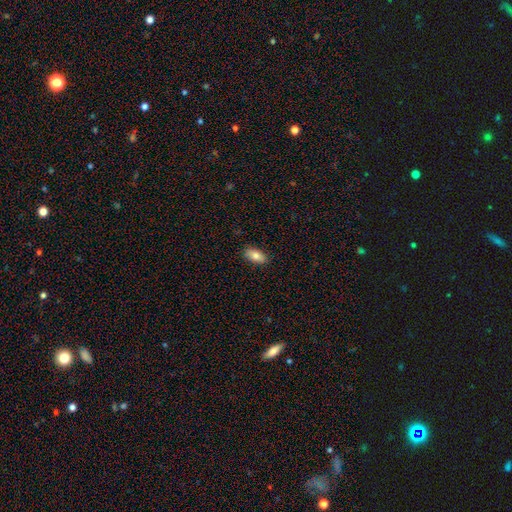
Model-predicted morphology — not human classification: The model was most divided on "smooth or featured": smooth: 81%, featured or disk: 12%, star or artifact: 7%. More confident: how rounded — in between (91%); merging — none (87%).